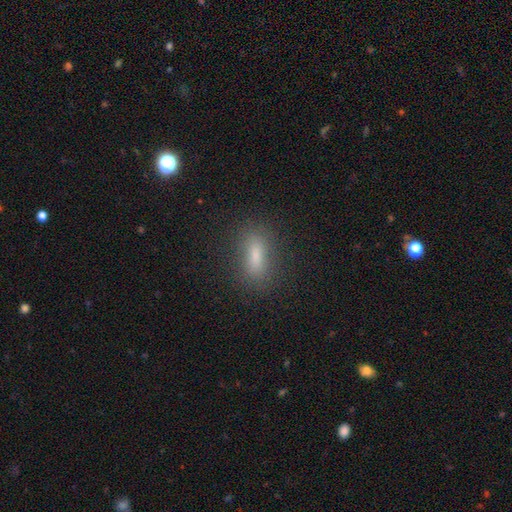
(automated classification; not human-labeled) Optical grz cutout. It shows a smooth galaxy with no disk features (75%) that is in between round and cigar-shaped (53%). Merging: none (83%).